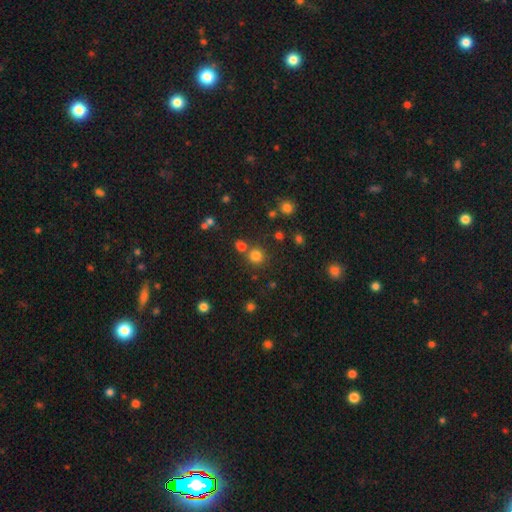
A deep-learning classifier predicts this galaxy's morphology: Smooth or featured: smooth — 77% (star or artifact — 17%)
How rounded: round — 92% (in between — 7%)
Merging: none — 74% (merger — 16%)